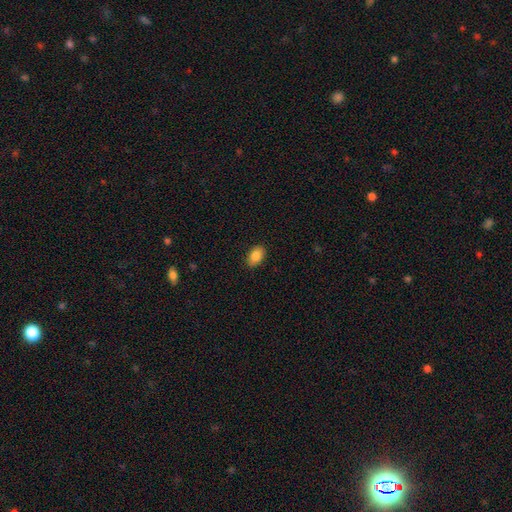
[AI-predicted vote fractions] Smooth or featured? smooth (87%)
How rounded? in between (89%)
Merging? none (89%)